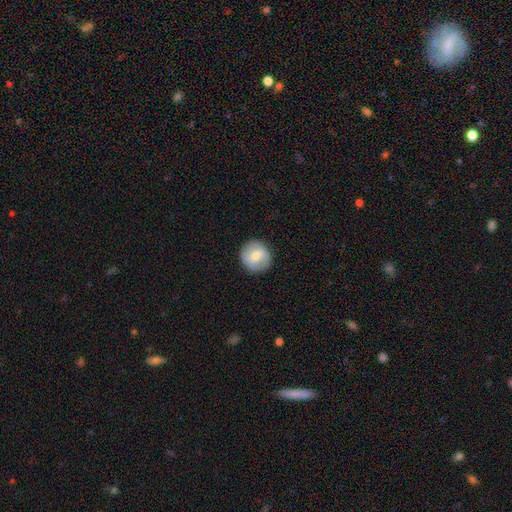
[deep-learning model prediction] Smooth or featured? smooth (63%)
How rounded? round (93%)
Merging? none (89%)